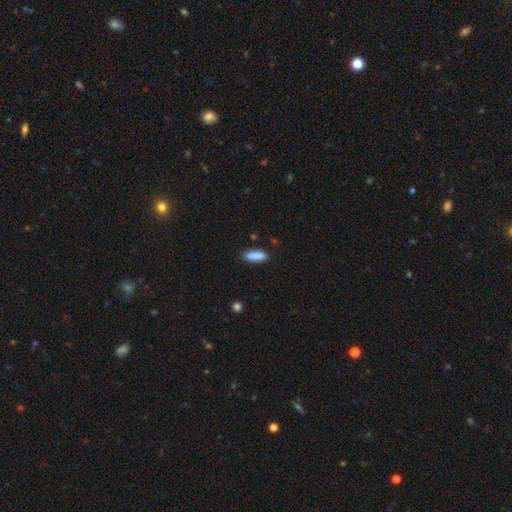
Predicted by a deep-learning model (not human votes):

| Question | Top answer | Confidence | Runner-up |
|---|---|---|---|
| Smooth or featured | smooth | 87% | star or artifact (7%) |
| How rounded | cigar-shaped | 54% | in between (45%) |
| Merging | none | 81% | minor disturbance (13%) |